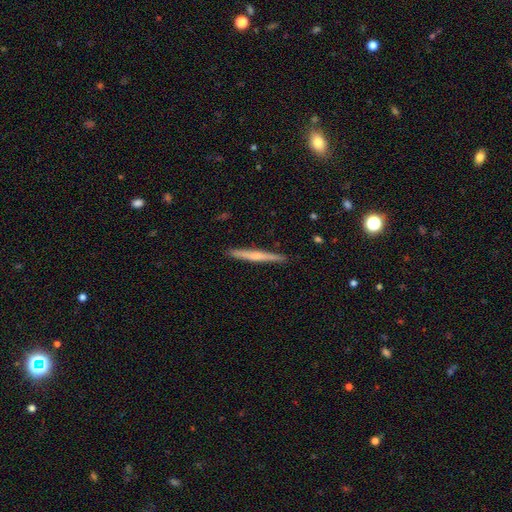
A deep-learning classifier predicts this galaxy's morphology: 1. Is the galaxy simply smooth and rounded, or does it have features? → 50% featured or disk, 44% smooth, 6% star or artifact.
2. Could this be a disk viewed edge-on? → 97% yes, 3% no.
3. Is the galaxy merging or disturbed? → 91% none, 7% minor disturbance, 1% major disturbance, 1% merger.